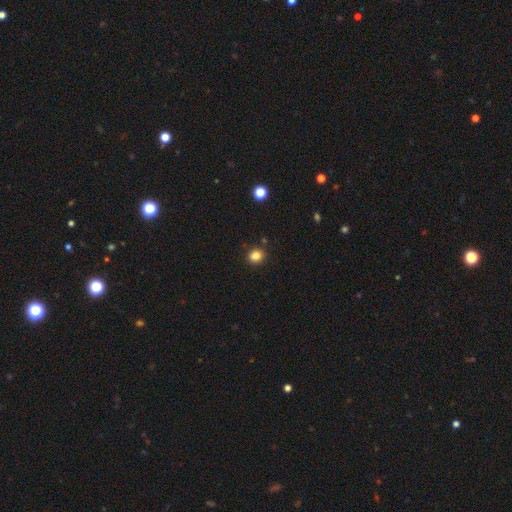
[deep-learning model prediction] A smooth galaxy with no disk features (84%) that is round (65%). Merging: none (86%).